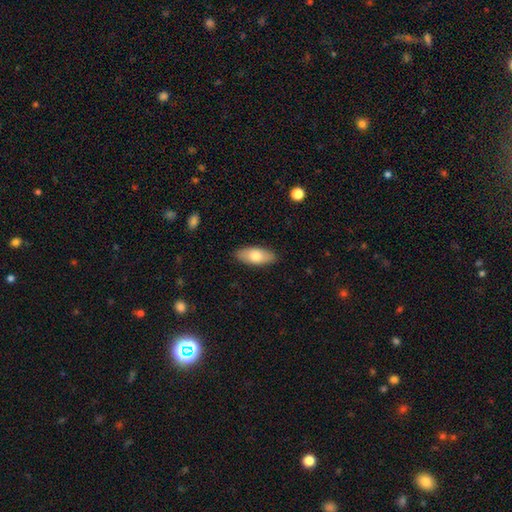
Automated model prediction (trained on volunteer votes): This is likely a smooth galaxy (74%). How rounded: clearly in between (86%). Merging: clearly none (88%).